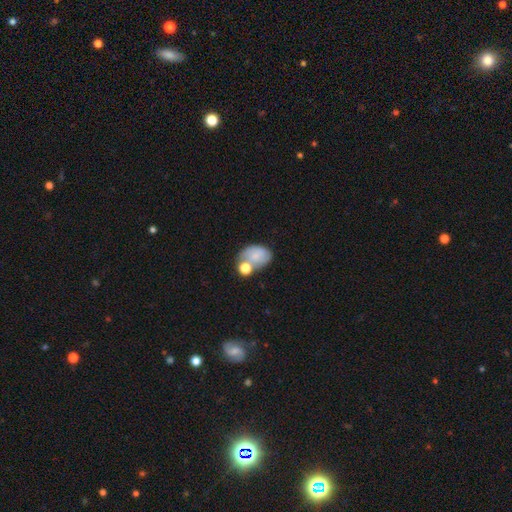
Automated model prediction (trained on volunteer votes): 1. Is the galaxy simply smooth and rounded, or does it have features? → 66% smooth, 24% featured or disk, 10% star or artifact.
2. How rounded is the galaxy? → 76% in between, 23% round, 1% cigar-shaped.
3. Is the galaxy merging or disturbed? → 38% none, 32% merger, 20% minor disturbance, 9% major disturbance.